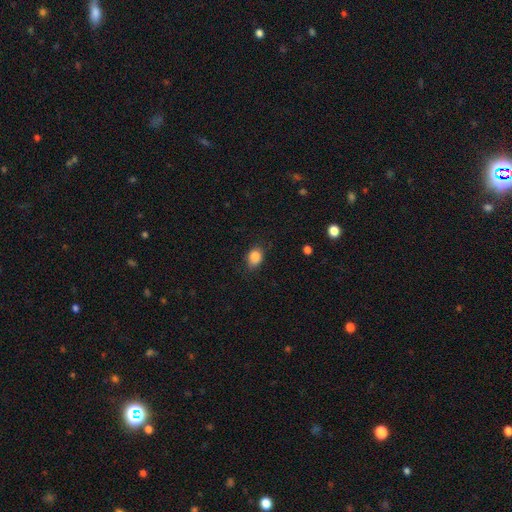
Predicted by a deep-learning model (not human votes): Q: Smooth or featured?
A: smooth (86%); runner-up: star or artifact (9%)
Q: How rounded?
A: in between (66%); runner-up: round (33%)
Q: Merging?
A: none (77%); runner-up: minor disturbance (18%)